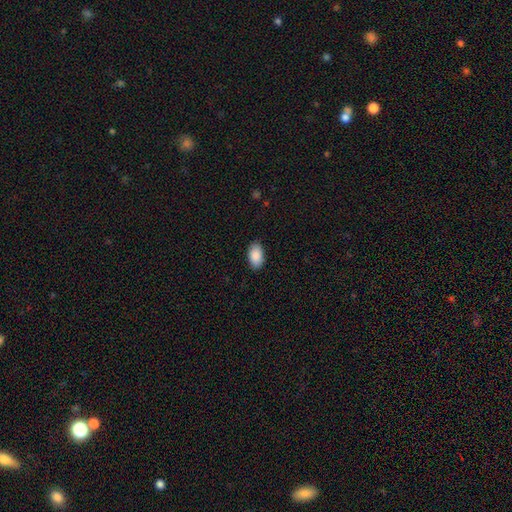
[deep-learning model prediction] This is clearly a smooth galaxy (90%). How rounded: clearly in between (94%). Merging: clearly none (88%).